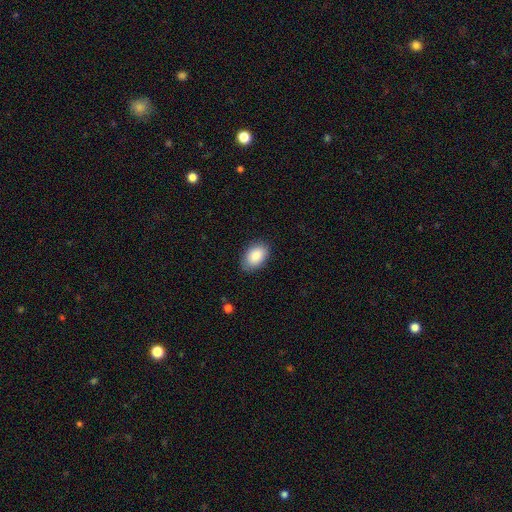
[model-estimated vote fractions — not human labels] This appears to be a smooth galaxy with no disk features (87%) that is in between round and cigar-shaped (90%). Merging: none (83%).